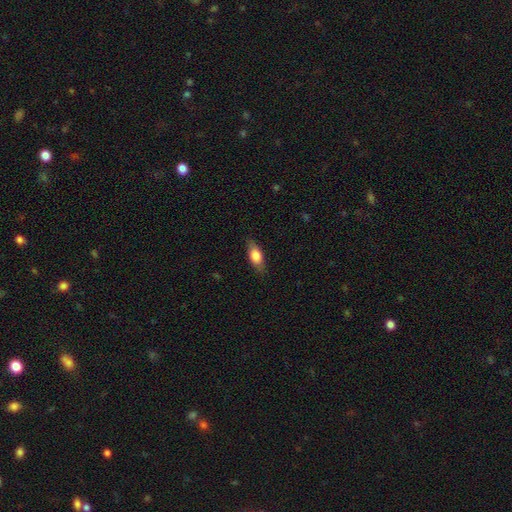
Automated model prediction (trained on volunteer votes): Smooth or featured? smooth (77%)
How rounded? in between (78%)
Merging? none (81%)